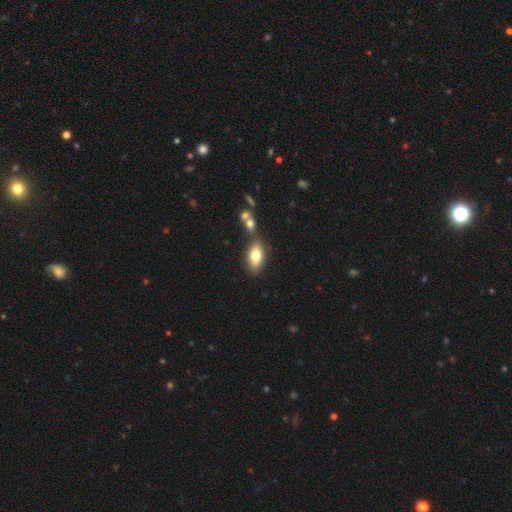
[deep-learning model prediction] Morphology: type=smooth (75%); roundness=in between (87%); merging=none (70%).